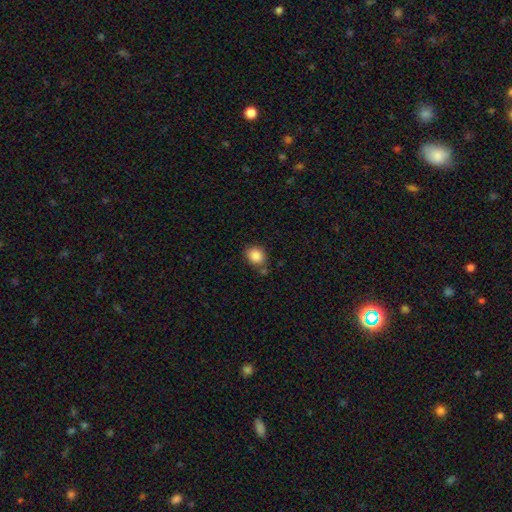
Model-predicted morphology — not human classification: This is clearly a smooth galaxy (87%). How rounded: likely round (61%). Merging: likely none (71%).